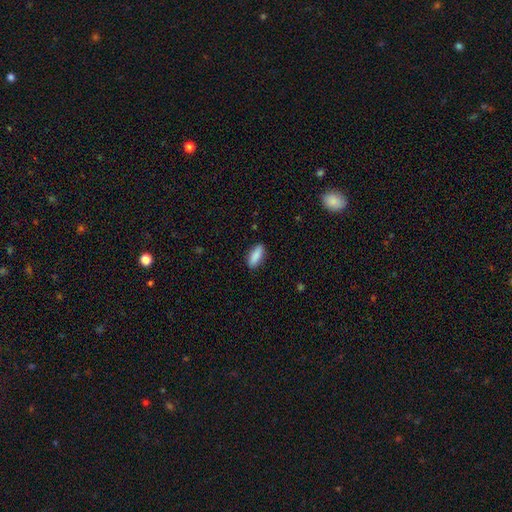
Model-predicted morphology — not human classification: Smooth or featured?
  - smooth: 87% *
  - featured or disk: 7%
  - star or artifact: 6%
How rounded?
  - in between: 66% *
  - cigar-shaped: 31%
  - round: 2%
Merging?
  - none: 88% *
  - minor disturbance: 9%
  - major disturbance: 2%
  - merger: 1%